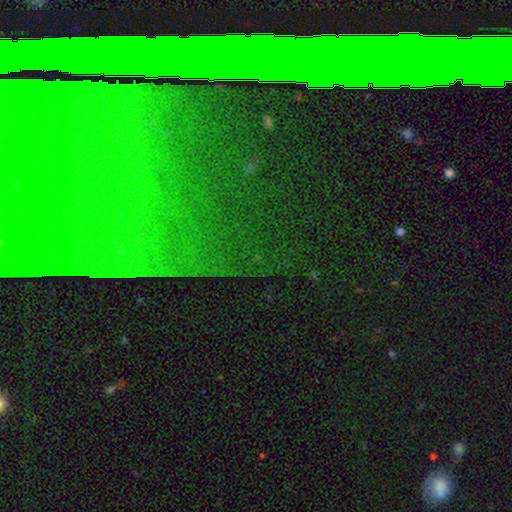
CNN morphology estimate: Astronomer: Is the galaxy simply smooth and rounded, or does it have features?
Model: star or artifact — 72%.